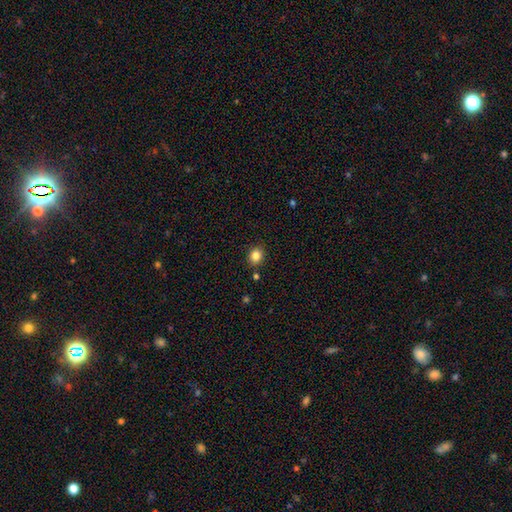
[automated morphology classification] The model was most divided on "how rounded": round: 68%, in between: 31%, cigar-shaped: 1%. More confident: merging — none (87%); smooth or featured — smooth (85%).